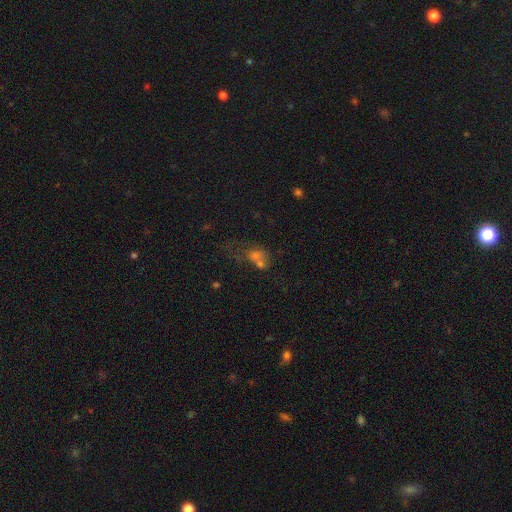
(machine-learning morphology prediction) Smooth or featured? smooth (53%)
How rounded? in between (50%)
Merging? merger (48%)